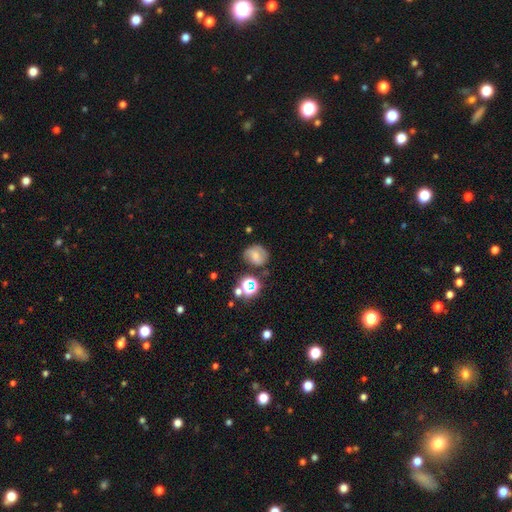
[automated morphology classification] smooth-or-featured: smooth: 45% | featured or disk: 40% | star or artifact: 15%
  merging: none: 66% | minor disturbance: 20% | major disturbance: 7% | merger: 6%